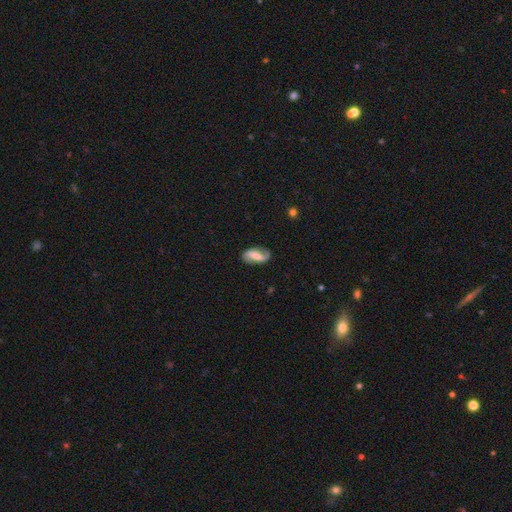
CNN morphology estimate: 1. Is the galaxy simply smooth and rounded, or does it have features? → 62% featured or disk, 31% smooth, 7% star or artifact.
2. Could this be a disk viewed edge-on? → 94% no, 6% yes.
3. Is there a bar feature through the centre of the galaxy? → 49% strong, 34% weak, 17% no.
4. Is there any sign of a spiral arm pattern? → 87% yes, 13% no.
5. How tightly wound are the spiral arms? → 51% loose, 32% medium, 17% tight.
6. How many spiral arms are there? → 83% 2, 9% 1, 6% can't tell, 1% 3, 1% 4, 1% more than 4.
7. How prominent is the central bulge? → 31% moderate, 26% small, 25% none, 15% large, 3% dominant.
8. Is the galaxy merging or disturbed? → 75% none, 18% minor disturbance, 6% major disturbance, 2% merger.